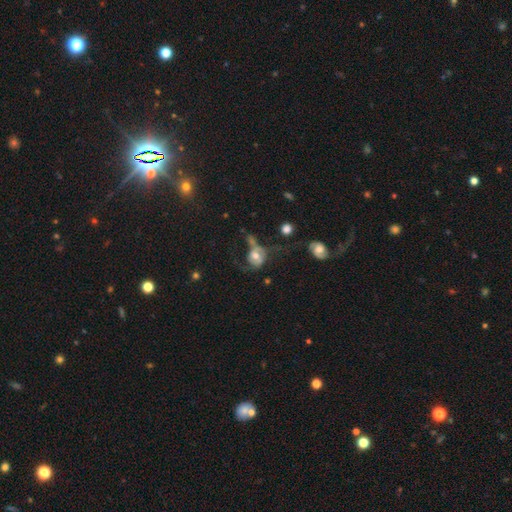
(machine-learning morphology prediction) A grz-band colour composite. It shows a featured or disk galaxy (48%). Merging: major disturbance (36%).